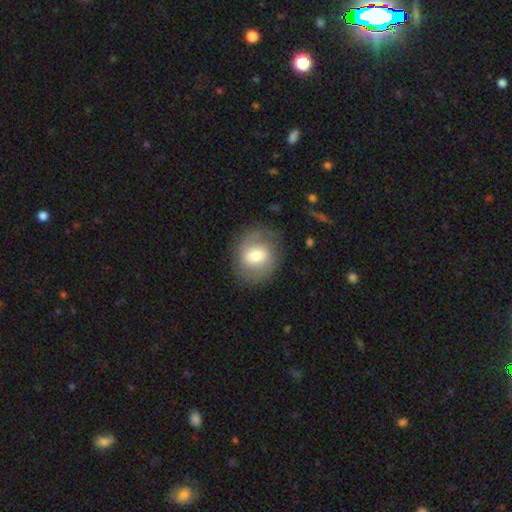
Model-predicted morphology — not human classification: Smooth or featured: smooth — 59% (featured or disk — 33%)
How rounded: round — 66% (in between — 33%)
Merging: none — 78% (minor disturbance — 14%)